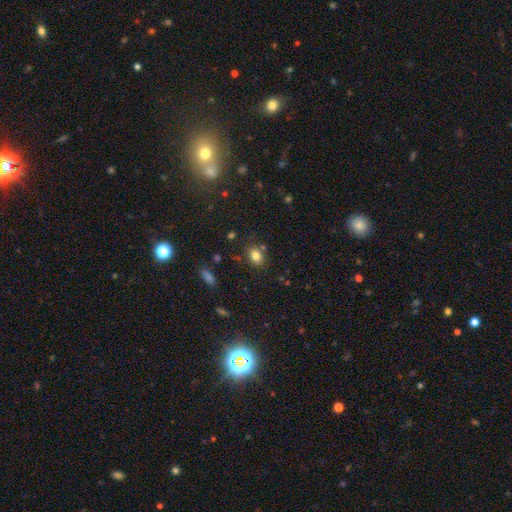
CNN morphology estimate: The model was most divided on "how rounded": in between: 66%, round: 32%, cigar-shaped: 1%. More confident: smooth or featured — smooth (80%); merging — none (77%).